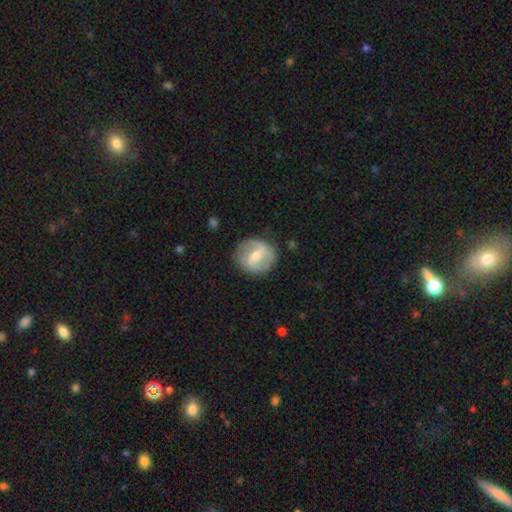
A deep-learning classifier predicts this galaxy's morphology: type=featured or disk (66%); edge-on=no (97%); bar=weak (48%); spiral arms=yes (76%); bulge=moderate (58%); merging=none (81%).